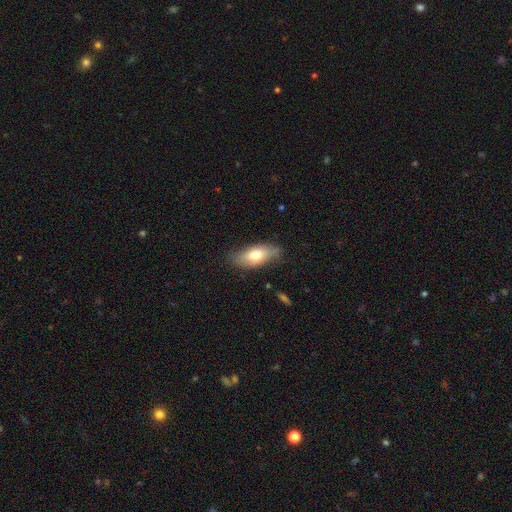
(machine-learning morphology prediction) smooth-or-featured: smooth: 69% | featured or disk: 25% | star or artifact: 7%
  how-rounded: in between: 80% | cigar-shaped: 16% | round: 3%
  merging: none: 77% | minor disturbance: 18% | major disturbance: 4% | merger: 1%